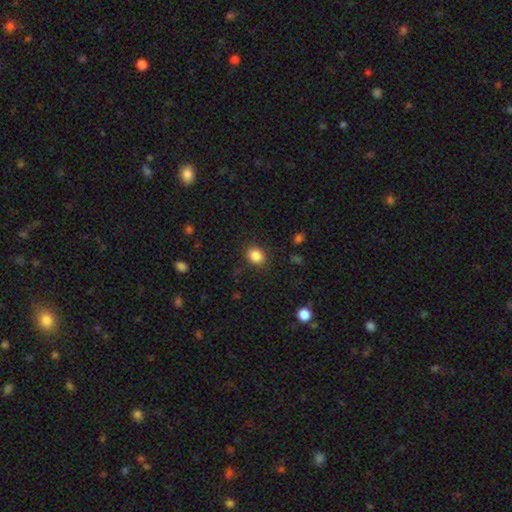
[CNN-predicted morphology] smooth-or-featured: smooth: 86% | star or artifact: 10% | featured or disk: 4%
  how-rounded: round: 58% | in between: 41% | cigar-shaped: 1%
  merging: none: 86% | minor disturbance: 9% | major disturbance: 3% | merger: 1%